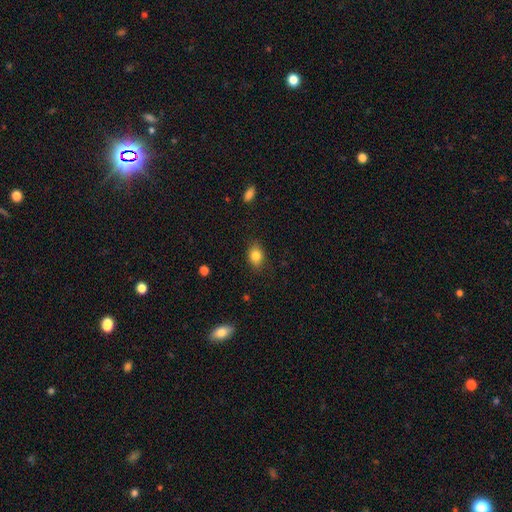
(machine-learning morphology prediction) smooth_or_featured: smooth (p=0.83) [alt: star or artifact p=0.09]
how_rounded: in between (p=0.68) [alt: round p=0.31]
merging: none (p=0.84) [alt: minor disturbance p=0.12]